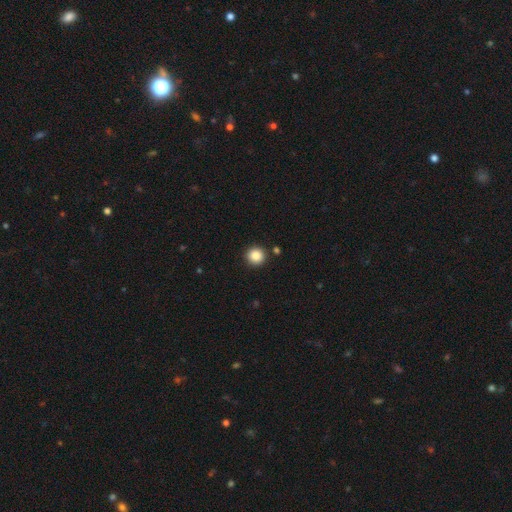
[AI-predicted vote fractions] The model was most divided on "smooth or featured": smooth: 87%, star or artifact: 10%, featured or disk: 4%. More confident: how rounded — round (94%); merging — none (89%).